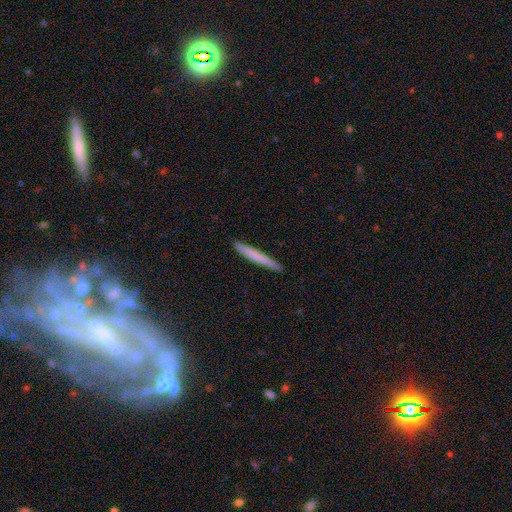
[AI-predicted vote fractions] smooth-or-featured: smooth: 67% | featured or disk: 27% | star or artifact: 6%
  how-rounded: cigar-shaped: 97% | in between: 2% | round: 1%
  merging: none: 91% | minor disturbance: 7% | major disturbance: 1% | merger: 1%